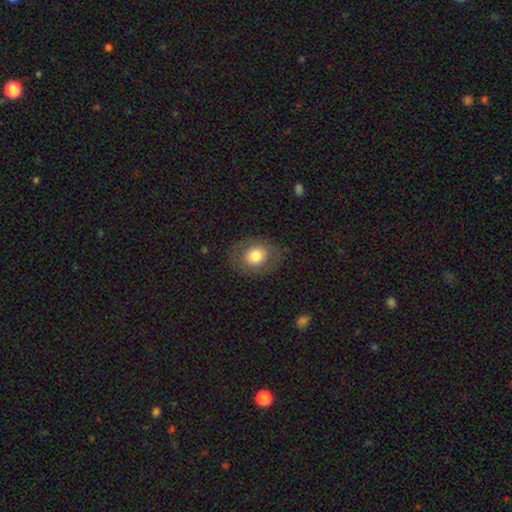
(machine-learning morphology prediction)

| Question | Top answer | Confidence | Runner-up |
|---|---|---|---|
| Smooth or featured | smooth | 71% | featured or disk (20%) |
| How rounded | in between | 52% | round (47%) |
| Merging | none | 81% | minor disturbance (12%) |